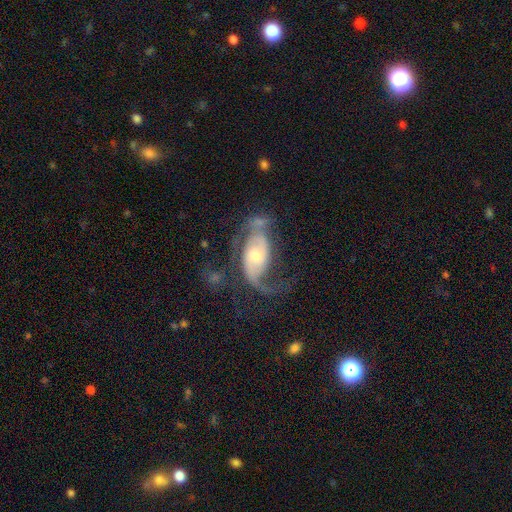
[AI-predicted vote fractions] smooth_or_featured: featured or disk (p=0.82) [alt: smooth p=0.12]
disk_edge_on: no (p=0.95) [alt: yes p=0.05]
bar: no (p=0.61) [alt: weak p=0.29]
has_spiral_arms: yes (p=0.92) [alt: no p=0.08]
spiral_winding: loose (p=0.45) [alt: medium p=0.39]
spiral_arm_count: 2 (p=0.70) [alt: 1 p=0.17]
bulge_size: moderate (p=0.51) [alt: small p=0.41]
merging: none (p=0.43) [alt: major disturbance p=0.30]